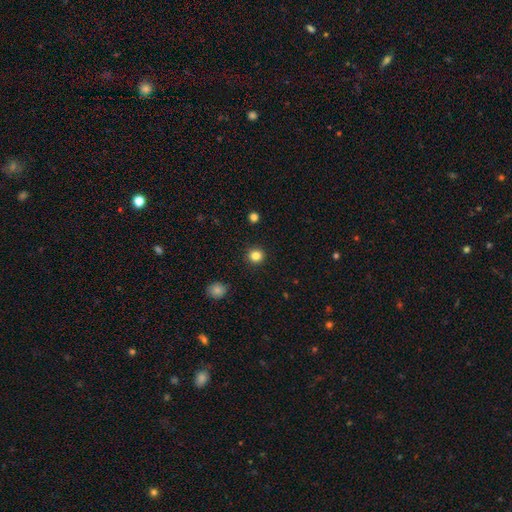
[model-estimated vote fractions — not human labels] smooth_or_featured: smooth (p=0.83) [alt: star or artifact p=0.12]
how_rounded: round (p=0.93) [alt: in between p=0.06]
merging: none (p=0.92) [alt: minor disturbance p=0.05]